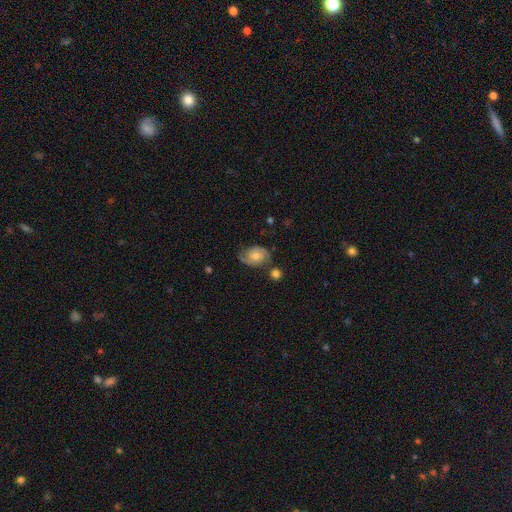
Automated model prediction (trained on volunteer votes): The model was most divided on "spiral winding": medium: 42%, tight: 41%, loose: 18%. More confident: edge-on disk — no (97%); spiral arms — yes (88%); spiral arm count — 2 (77%); bar — no (75%); smooth or featured — featured or disk (64%); bulge size — moderate (63%); merging — none (62%).